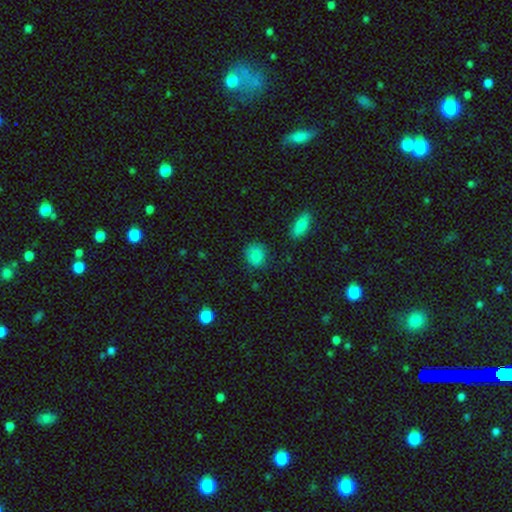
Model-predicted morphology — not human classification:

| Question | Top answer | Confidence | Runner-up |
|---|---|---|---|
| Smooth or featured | smooth | 85% | star or artifact (10%) |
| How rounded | round | 73% | in between (25%) |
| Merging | none | 79% | minor disturbance (15%) |